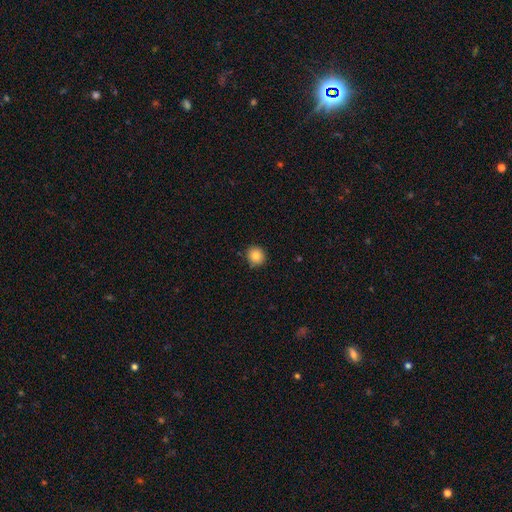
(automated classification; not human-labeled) Smooth or featured?
  - smooth: 83% *
  - star or artifact: 10%
  - featured or disk: 7%
How rounded?
  - round: 91% *
  - in between: 8%
  - cigar-shaped: 1%
Merging?
  - none: 87% *
  - minor disturbance: 10%
  - major disturbance: 2%
  - merger: 2%